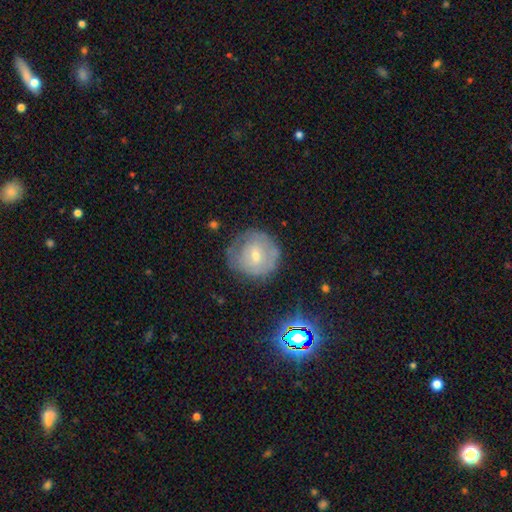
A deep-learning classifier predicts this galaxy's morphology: The model was most divided on "smooth or featured": featured or disk: 52%, smooth: 36%, star or artifact: 12%. More confident: edge-on disk — no (96%); merging — none (68%).